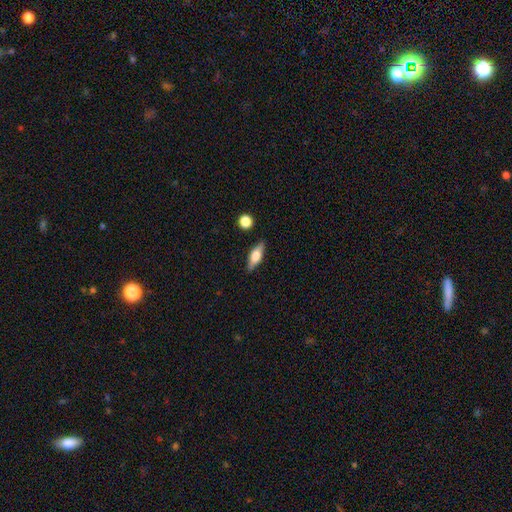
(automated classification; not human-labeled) The model was most divided on "smooth or featured" (2-way tie): smooth: 46%, featured or disk: 46%, star or artifact: 8%. More confident: merging — none (84%).